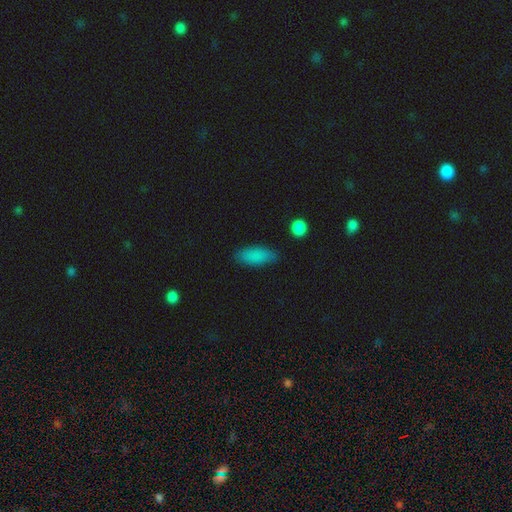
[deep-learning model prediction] Smooth or featured? smooth (85%)
How rounded? in between (78%)
Merging? none (79%)